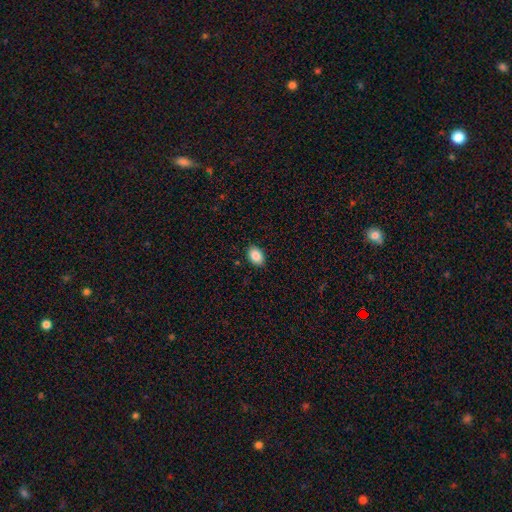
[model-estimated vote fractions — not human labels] This appears to be a smooth galaxy with no disk features (88%) that is in between round and cigar-shaped (78%). Merging: none (87%).